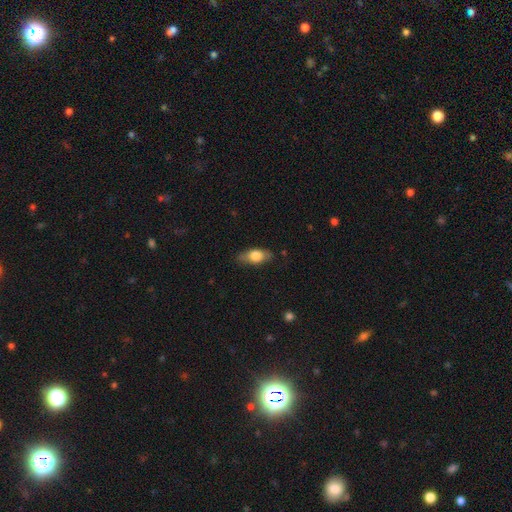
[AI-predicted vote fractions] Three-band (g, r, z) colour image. It shows a smooth galaxy with no disk features (70%) that is in between round and cigar-shaped (82%). Merging: none (79%).